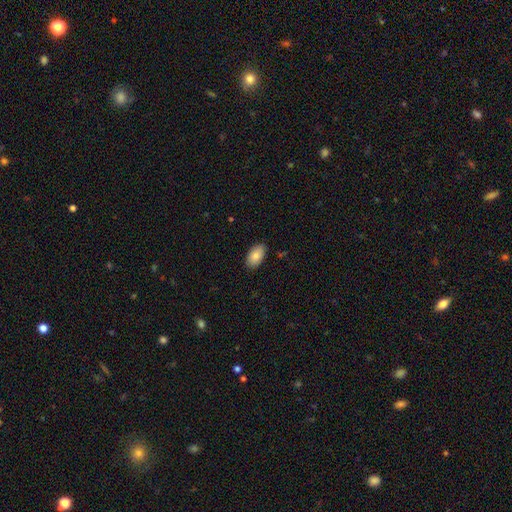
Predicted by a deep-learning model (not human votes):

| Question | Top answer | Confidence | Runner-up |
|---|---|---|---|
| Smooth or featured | smooth | 85% | featured or disk (8%) |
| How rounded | in between | 95% | round (4%) |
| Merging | none | 87% | minor disturbance (10%) |